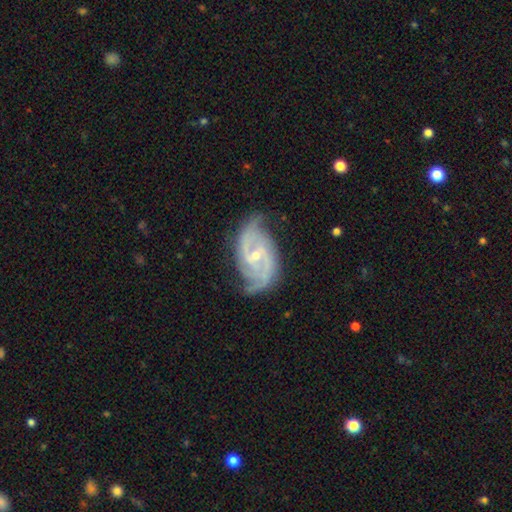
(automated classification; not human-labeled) Morphology: type=featured or disk (91%); edge-on=no (97%); bar=weak (46%); spiral arms=yes (98%); winding=medium (46%); arm count=2 (49%); bulge=small (65%); merging=none (70%).